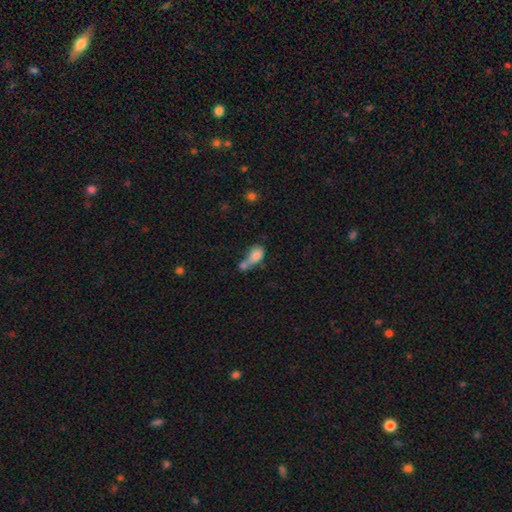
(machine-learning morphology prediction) Smooth or featured? Predicted: smooth (p=0.77). How rounded? Predicted: in between (p=0.77). Merging? Predicted: merger (p=0.60).